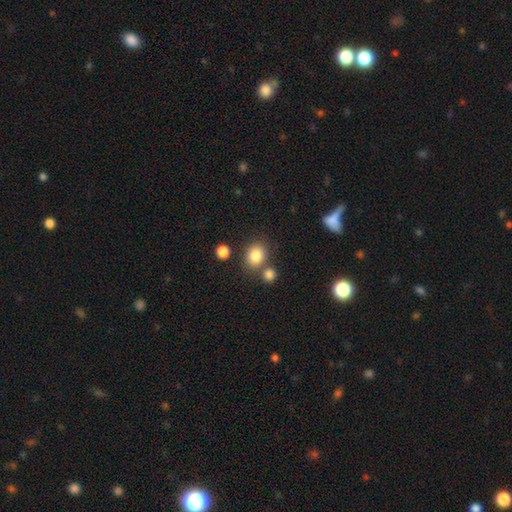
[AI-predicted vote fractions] This appears to be a smooth galaxy with no disk features (84%) that is round (65%). Merging: none (67%).